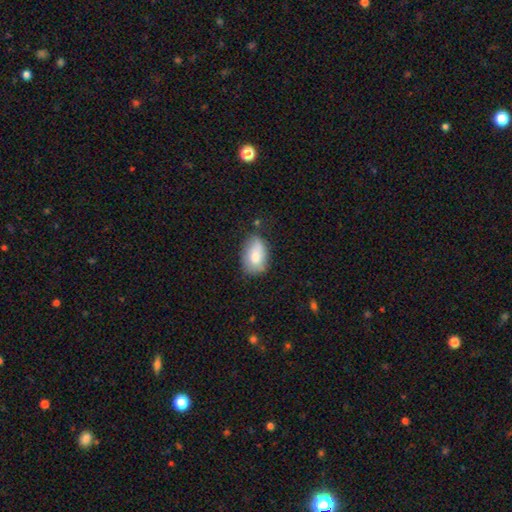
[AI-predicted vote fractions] Smooth or featured? Predicted: smooth (p=0.77). How rounded? Predicted: in between (p=0.89). Merging? Predicted: none (p=0.58).